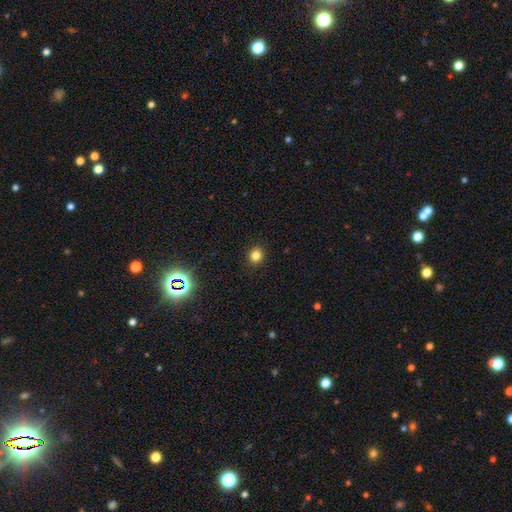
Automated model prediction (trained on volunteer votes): smooth 81%, star or artifact 14%, featured or disk 5%. Down the decision tree: how rounded — round (84%); merging — none (92%).